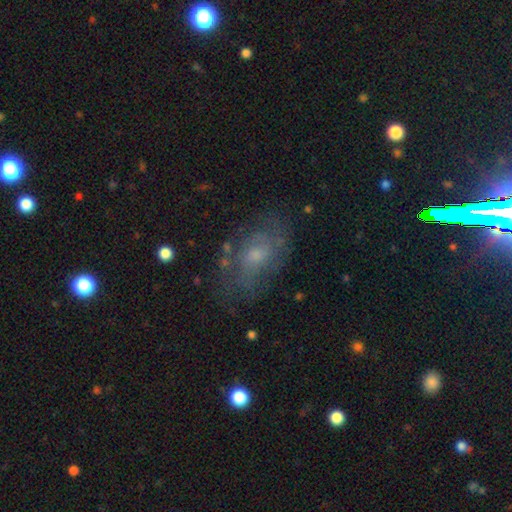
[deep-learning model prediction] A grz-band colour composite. It shows a featured or disk galaxy (59%) with no bar (72%), spiral arms (69%) and a small central bulge (48%). Merging: none (64%).